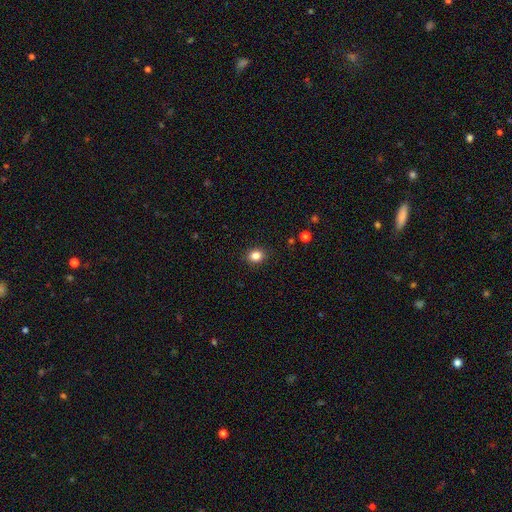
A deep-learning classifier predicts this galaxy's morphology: smooth_or_featured: smooth (p=0.84) [alt: star or artifact p=0.11]
how_rounded: round (p=0.58) [alt: in between p=0.41]
merging: none (p=0.89) [alt: minor disturbance p=0.08]